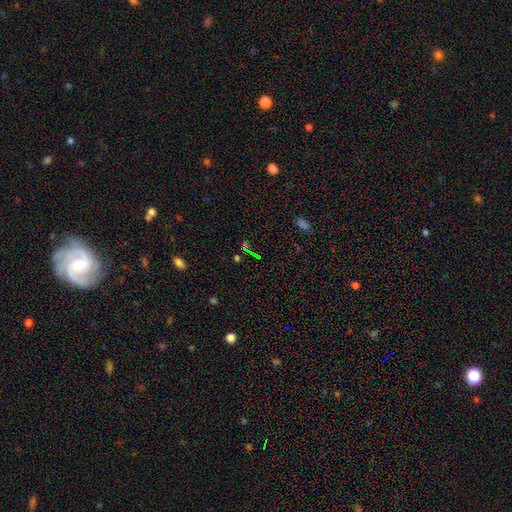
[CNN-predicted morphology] The model was most divided on "smooth or featured": star or artifact: 70%, smooth: 18%, featured or disk: 12%.